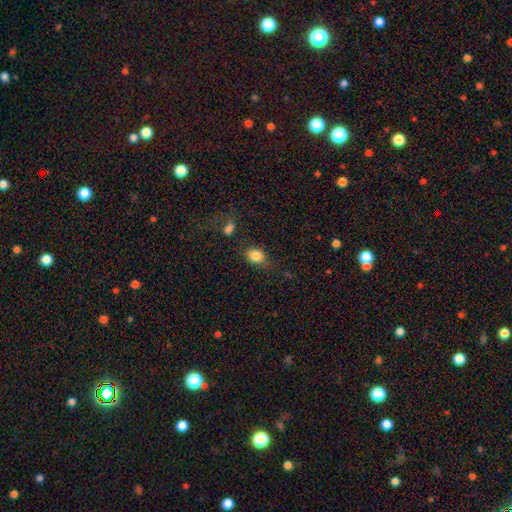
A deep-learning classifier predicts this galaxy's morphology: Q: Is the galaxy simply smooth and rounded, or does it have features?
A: smooth — 84%.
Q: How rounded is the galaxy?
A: in between — 53%.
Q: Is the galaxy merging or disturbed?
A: none — 70%.